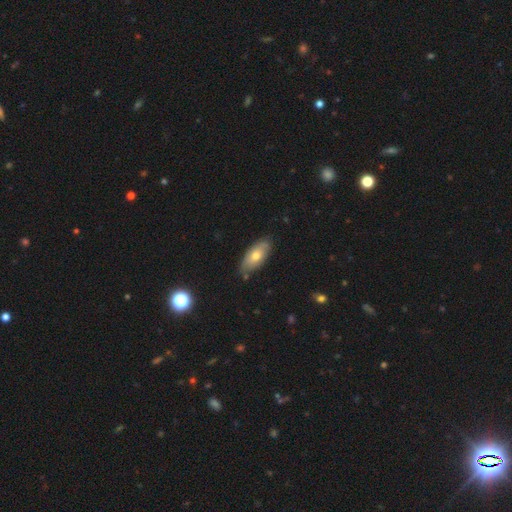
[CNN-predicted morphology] smooth 67%, featured or disk 26%, star or artifact 6%. Down the decision tree: how rounded — in between (84%); merging — none (78%).